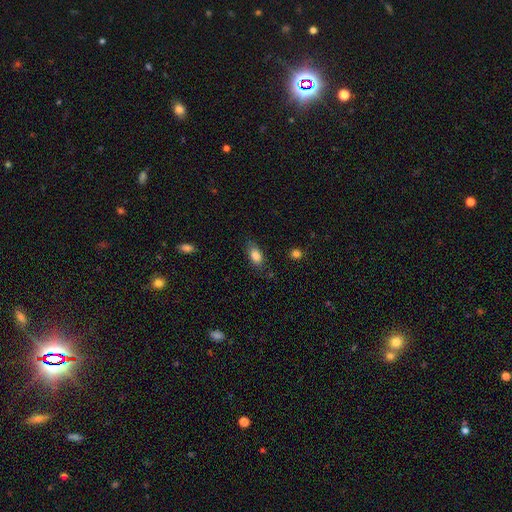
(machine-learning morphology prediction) smooth 84%, featured or disk 9%, star or artifact 8%. Down the decision tree: how rounded — in between (87%); merging — none (76%).